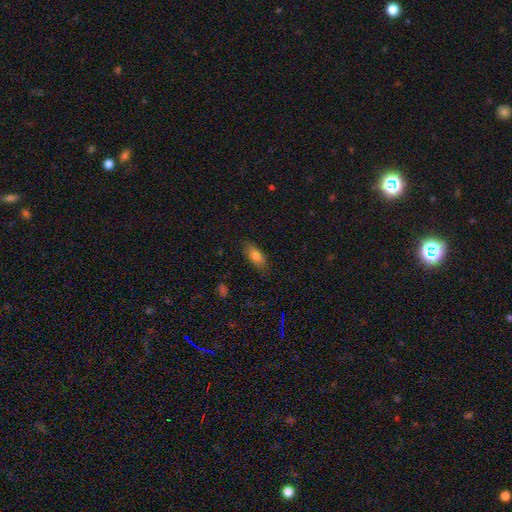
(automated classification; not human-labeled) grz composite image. It shows a smooth galaxy with no disk features (79%) that is in between round and cigar-shaped (83%). Merging: none (82%).